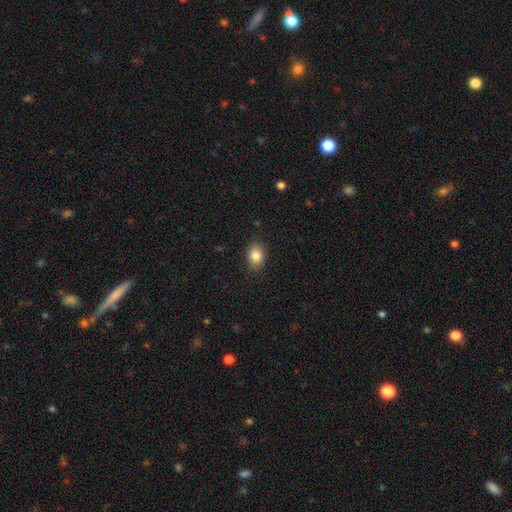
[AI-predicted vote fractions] Smooth or featured?
  - smooth: 85% *
  - star or artifact: 9%
  - featured or disk: 6%
How rounded?
  - in between: 74% *
  - round: 25%
  - cigar-shaped: 1%
Merging?
  - none: 88% *
  - minor disturbance: 9%
  - major disturbance: 2%
  - merger: 1%